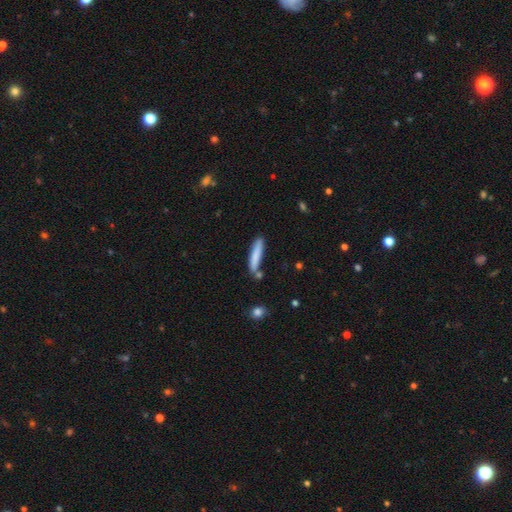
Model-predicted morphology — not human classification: type=smooth (79%); roundness=cigar-shaped (90%); merging=none (77%).